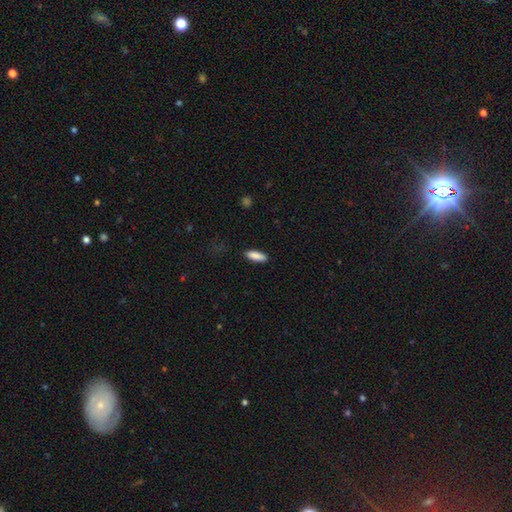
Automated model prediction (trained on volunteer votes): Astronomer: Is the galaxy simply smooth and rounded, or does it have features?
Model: smooth — 88%.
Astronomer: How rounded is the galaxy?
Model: in between — 57% (runner-up: cigar-shaped, 41%).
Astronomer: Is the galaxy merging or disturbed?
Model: none — 88%.